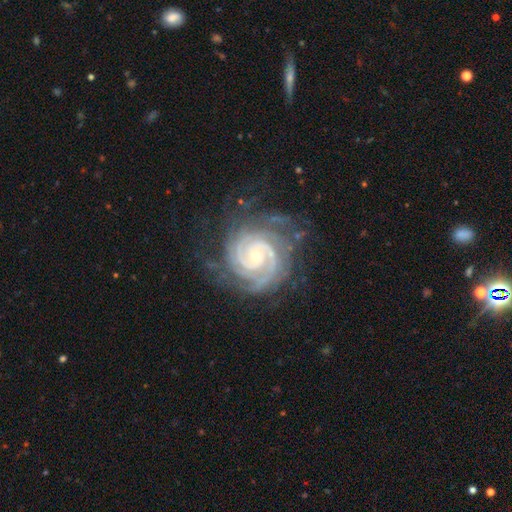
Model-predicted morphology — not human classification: smooth-or-featured: featured or disk: 92% | star or artifact: 5% | smooth: 3%
  disk-edge-on: no: 98% | yes: 2%
    bar: no: 67% | weak: 23% | strong: 10%
    has-spiral-arms: yes: 99% | no: 1%
      spiral-winding: tight: 82% | medium: 16% | loose: 2%
      spiral-arm-count: 2: 46% | 3: 20% | can't tell: 11% | 4: 11% | more than 4: 6% | 1: 5%
    bulge-size: small: 71% | moderate: 26% | large: 1% | none: 1% | dominant: 1%
  merging: none: 71% | minor disturbance: 19% | major disturbance: 9% | merger: 1%